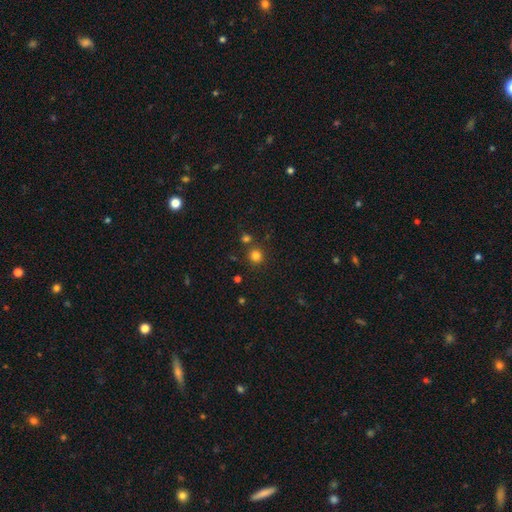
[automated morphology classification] Overall: smooth (80%). How rounded: round (93%). Merging: none (80%).